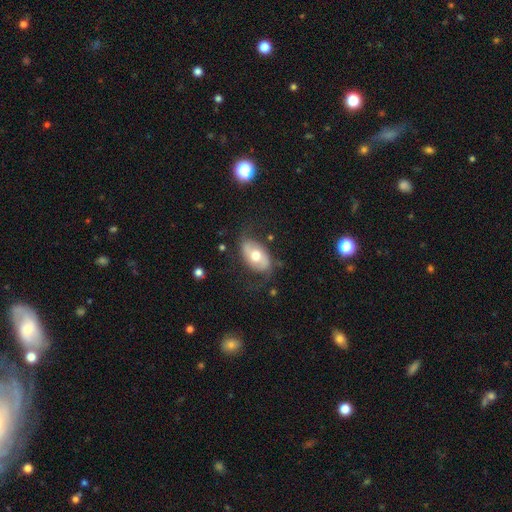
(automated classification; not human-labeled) A featured or disk galaxy (50%). Merging: none (64%).